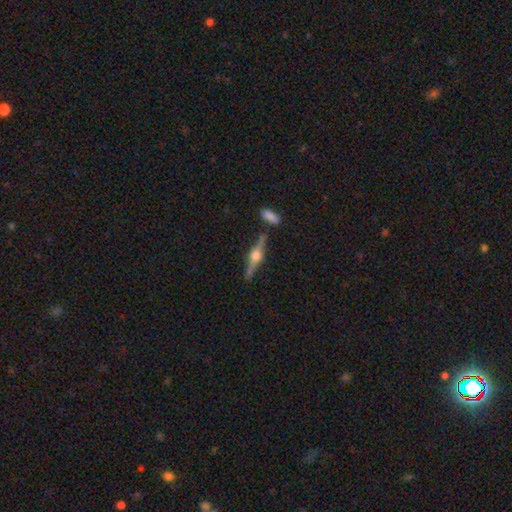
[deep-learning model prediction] Overall: featured or disk (84%). Edge-on disk: yes (98%). Edge-on bulge: rounded (95%). Merging: none (82%).